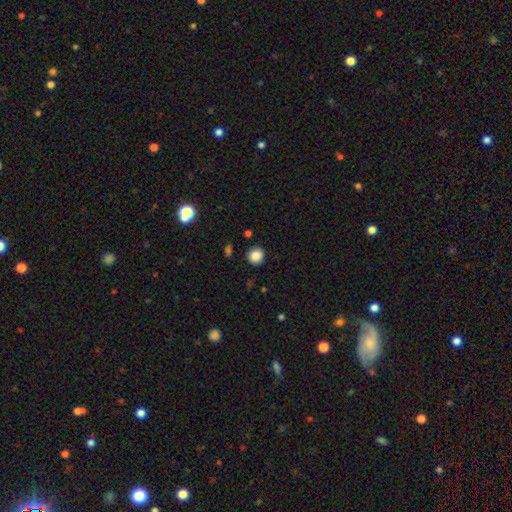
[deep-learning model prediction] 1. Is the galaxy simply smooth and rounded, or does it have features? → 87% smooth, 10% star or artifact, 3% featured or disk.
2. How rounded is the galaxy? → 91% round, 8% in between, 1% cigar-shaped.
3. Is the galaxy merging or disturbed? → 89% none, 7% minor disturbance, 2% major disturbance, 2% merger.